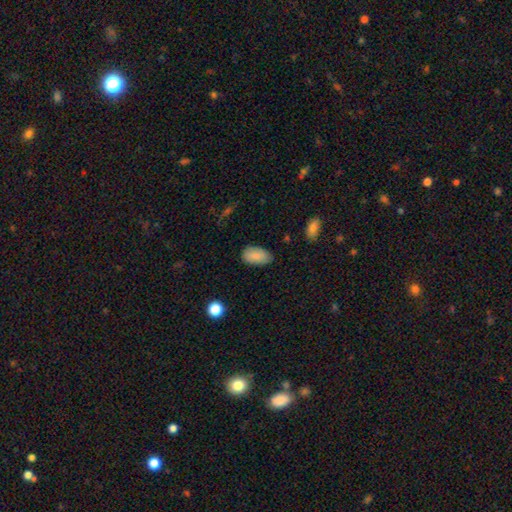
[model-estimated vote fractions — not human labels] This appears to be a smooth galaxy with no disk features (87%) that is in between round and cigar-shaped (94%). Merging: none (76%).